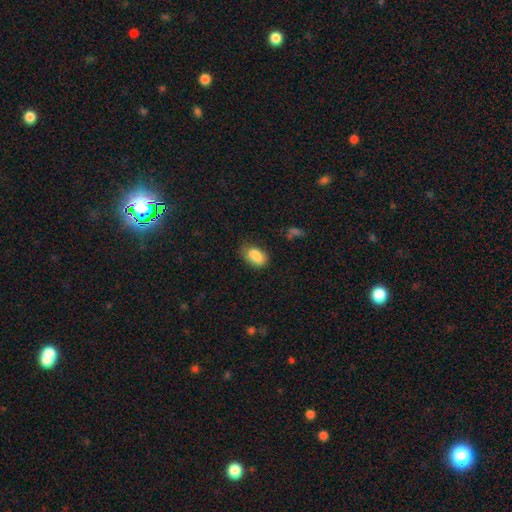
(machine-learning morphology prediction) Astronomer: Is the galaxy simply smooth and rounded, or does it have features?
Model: smooth — 85%.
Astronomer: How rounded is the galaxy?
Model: in between — 88%.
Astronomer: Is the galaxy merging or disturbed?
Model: none — 62%.